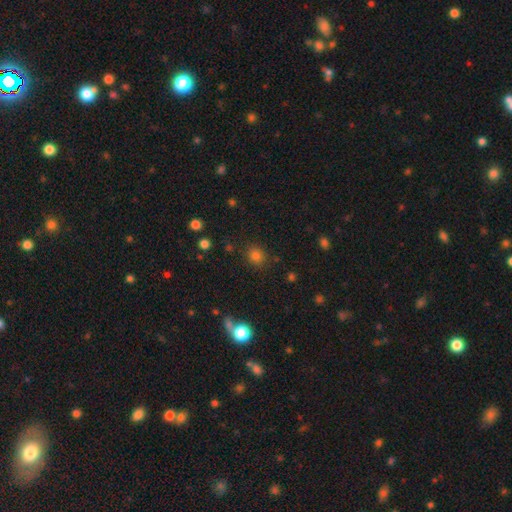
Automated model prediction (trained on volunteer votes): Q: Smooth or featured?
A: smooth (79%); runner-up: star or artifact (16%)
Q: How rounded?
A: round (74%); runner-up: in between (25%)
Q: Merging?
A: none (84%); runner-up: minor disturbance (10%)